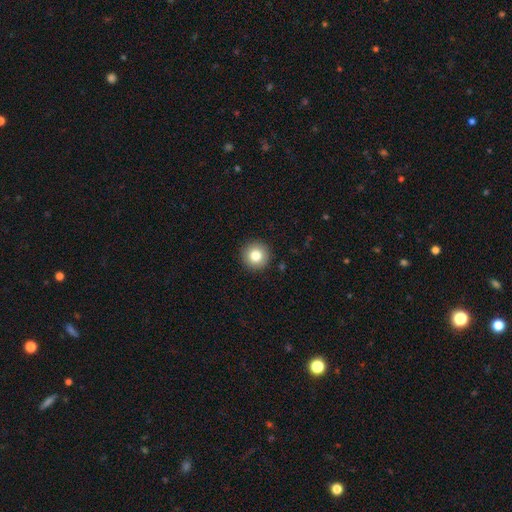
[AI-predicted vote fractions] This is clearly a smooth galaxy (82%). How rounded: clearly round (96%). Merging: clearly none (92%).